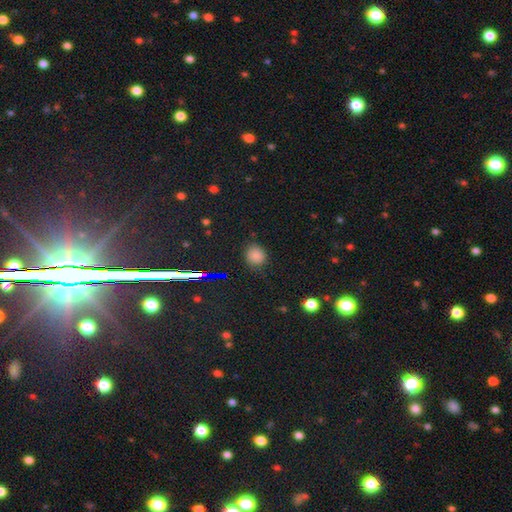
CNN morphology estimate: Overall: smooth (76%). How rounded: round (80%). Merging: none (81%).